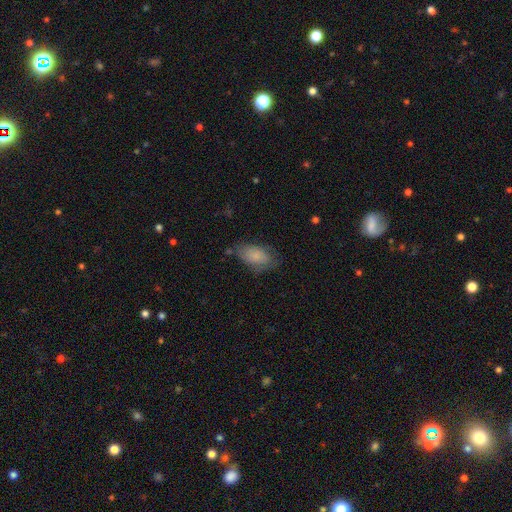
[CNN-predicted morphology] Smooth or featured?
  - smooth: 80% *
  - featured or disk: 13%
  - star or artifact: 7%
How rounded?
  - in between: 92% *
  - round: 4%
  - cigar-shaped: 3%
Merging?
  - none: 63% *
  - minor disturbance: 26%
  - major disturbance: 8%
  - merger: 3%